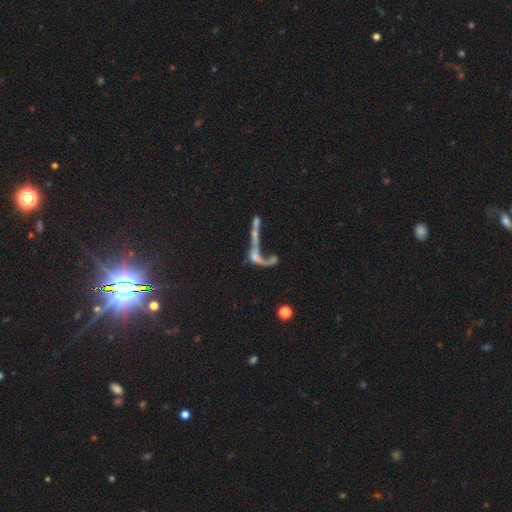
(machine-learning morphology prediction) The model was most divided on "merging": merger: 44%, major disturbance: 28%, none: 19%, minor disturbance: 9%. More confident: edge-on disk — no (81%); smooth or featured — featured or disk (52%).